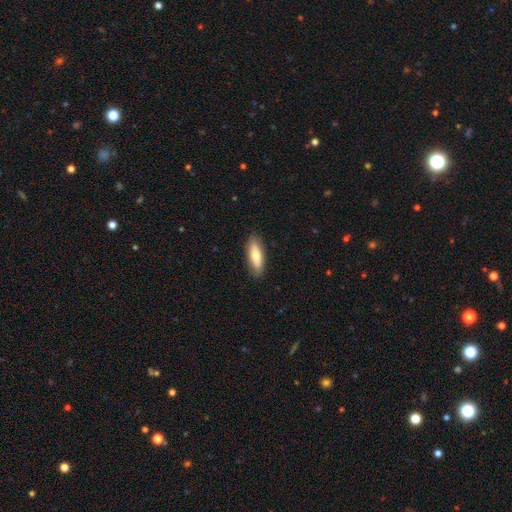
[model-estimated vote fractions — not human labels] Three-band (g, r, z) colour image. It shows a smooth galaxy with no disk features (69%) that is in between round and cigar-shaped (55%). Merging: none (87%).